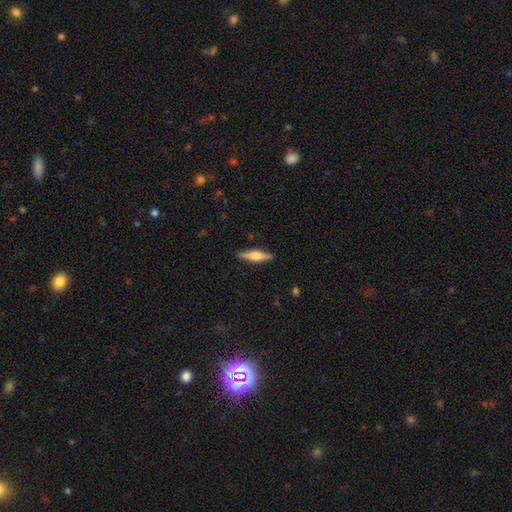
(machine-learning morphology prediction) A featured or disk galaxy (53%) viewed edge-on (96%) with a rounded central bulge (86%).

Vote fractions:
- Smooth or featured? featured or disk: 53% / smooth: 41% / star or artifact: 6%
- Edge-on disk? yes: 96% / no: 4%
- Edge-on bulge? rounded: 86% / boxy: 11% / none: 3%
- Merging? none: 90% / minor disturbance: 7% / major disturbance: 2% / merger: 1%